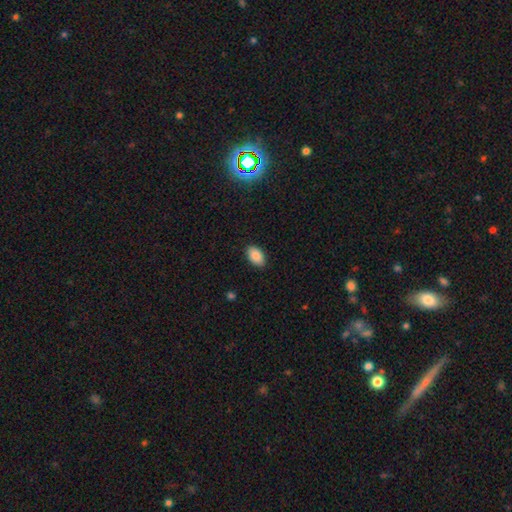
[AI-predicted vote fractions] This appears to be a smooth galaxy with no disk features (88%) that is in between round and cigar-shaped (93%). Merging: none (88%).